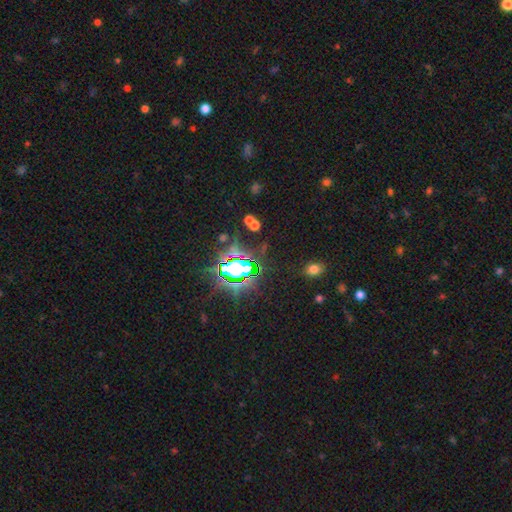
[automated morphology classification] The model was most divided on "smooth or featured": star or artifact: 82%, smooth: 11%, featured or disk: 7%.